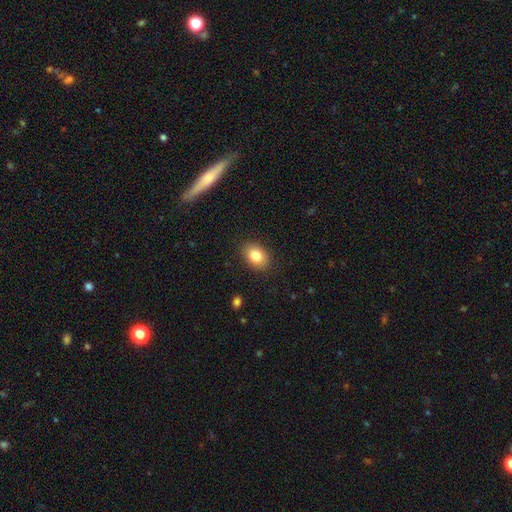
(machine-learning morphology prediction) Smooth or featured? smooth (84%)
How rounded? in between (80%)
Merging? none (87%)